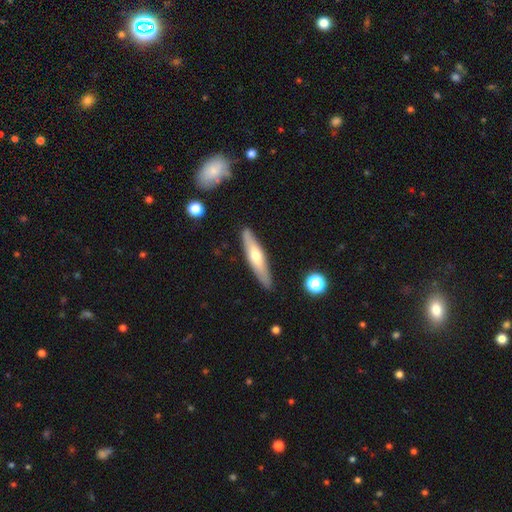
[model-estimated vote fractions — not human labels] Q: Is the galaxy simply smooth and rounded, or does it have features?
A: smooth — 48%.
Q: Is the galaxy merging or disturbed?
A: none — 87%.